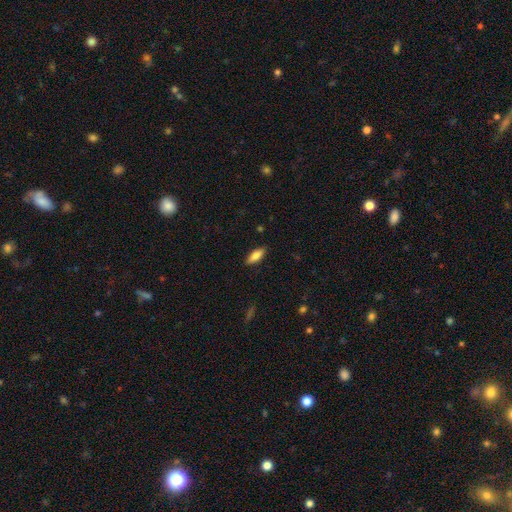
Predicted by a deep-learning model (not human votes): This appears to be a smooth galaxy with no disk features (79%) that is in between round and cigar-shaped (70%). Merging: none (87%).